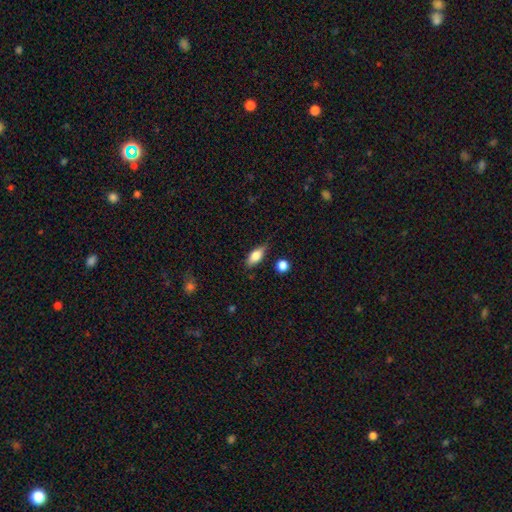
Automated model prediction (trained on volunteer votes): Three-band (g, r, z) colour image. It shows a smooth galaxy with no disk features (75%) that is in between round and cigar-shaped (80%). Merging: none (74%).